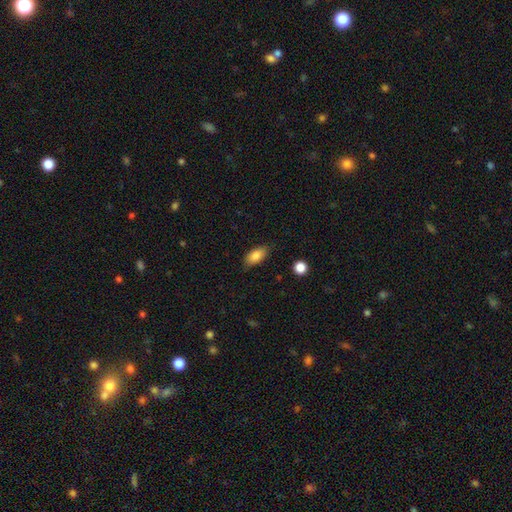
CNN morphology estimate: Smooth or featured? smooth (85%)
How rounded? in between (89%)
Merging? none (81%)